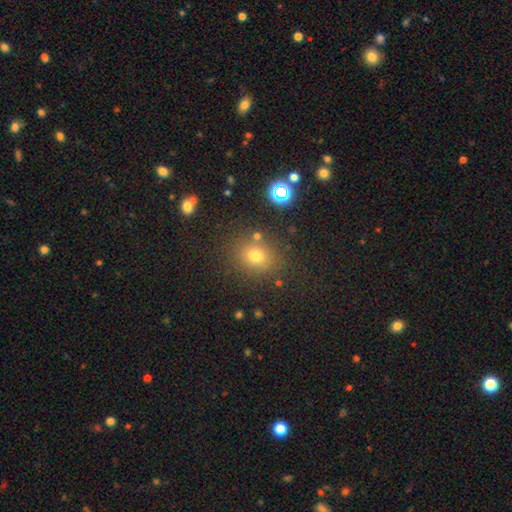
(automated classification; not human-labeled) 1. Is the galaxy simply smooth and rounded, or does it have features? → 70% smooth, 20% star or artifact, 9% featured or disk.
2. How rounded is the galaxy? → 73% round, 26% in between, 1% cigar-shaped.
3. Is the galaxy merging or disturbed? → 81% none, 10% minor disturbance, 5% merger, 4% major disturbance.